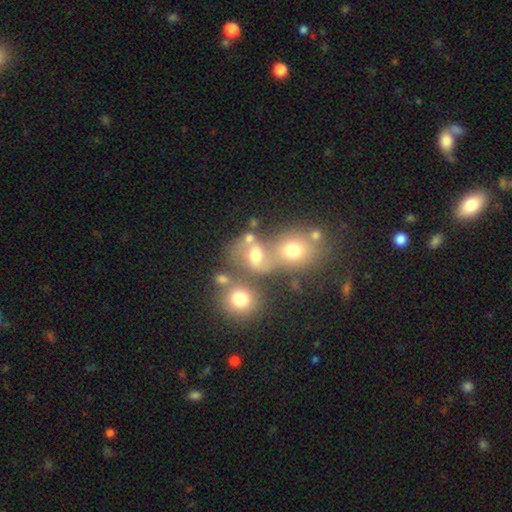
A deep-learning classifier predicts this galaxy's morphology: smooth_or_featured: smooth (p=0.56) [alt: featured or disk p=0.24]
how_rounded: round (p=0.60) [alt: in between p=0.38]
merging: merger (p=0.48) [alt: none p=0.35]